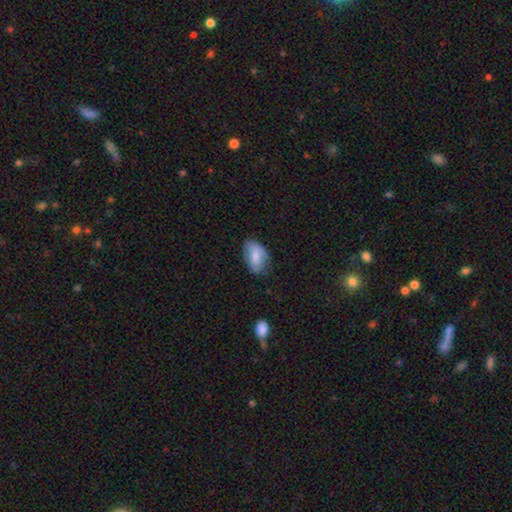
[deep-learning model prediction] smooth 72%, featured or disk 21%, star or artifact 7%. Down the decision tree: how rounded — in between (91%); merging — none (62%).